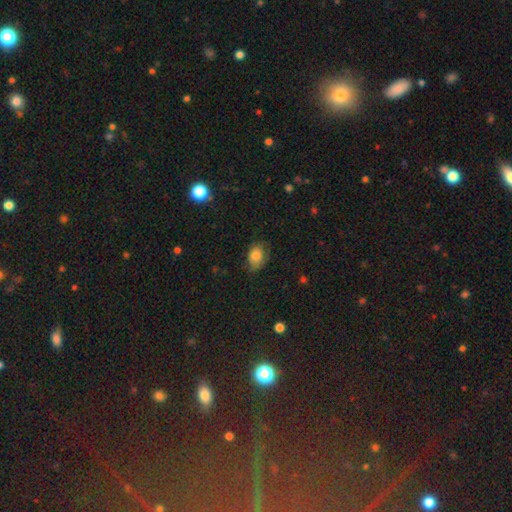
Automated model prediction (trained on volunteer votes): A smooth galaxy with no disk features (71%) that is in between round and cigar-shaped (75%). Merging: none (59%).